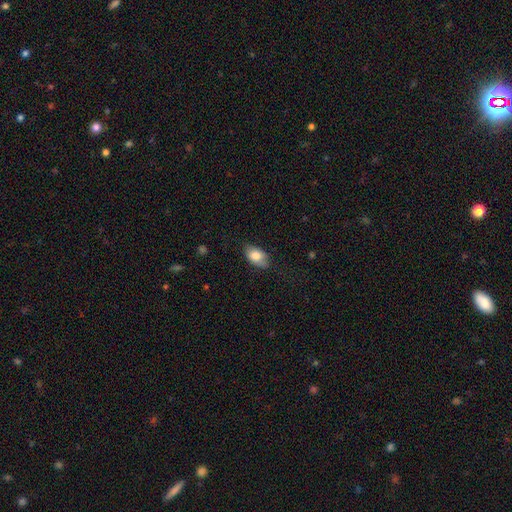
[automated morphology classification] Smooth or featured? smooth (80%)
How rounded? in between (91%)
Merging? none (76%)